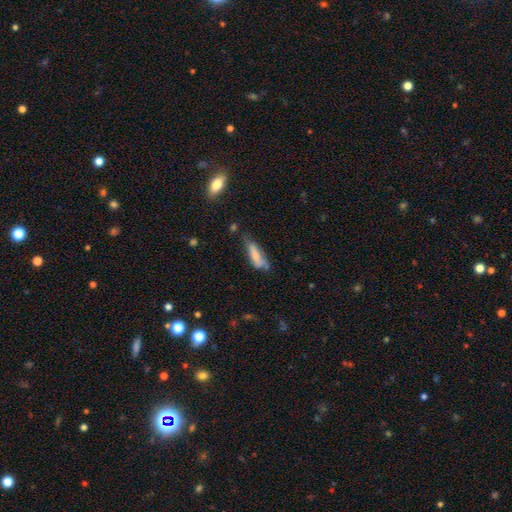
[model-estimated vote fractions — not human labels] A smooth galaxy with no disk features (68%) that is cigar-shaped (54%). Merging: none (38%, tied with minor disturbance).